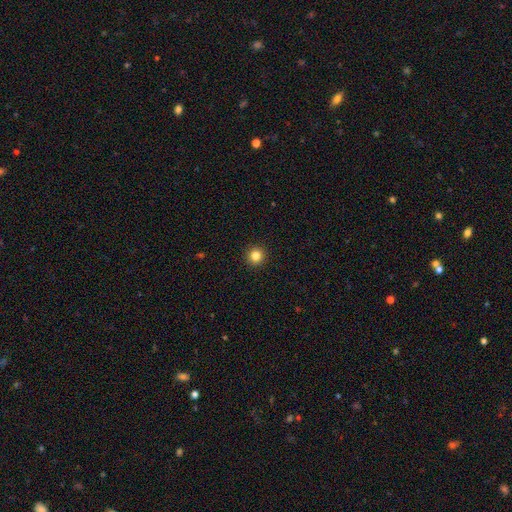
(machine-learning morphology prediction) smooth-or-featured: smooth: 84% | star or artifact: 12% | featured or disk: 4%
  how-rounded: round: 95% | in between: 4% | cigar-shaped: 1%
  merging: none: 93% | minor disturbance: 4% | major disturbance: 2% | merger: 1%